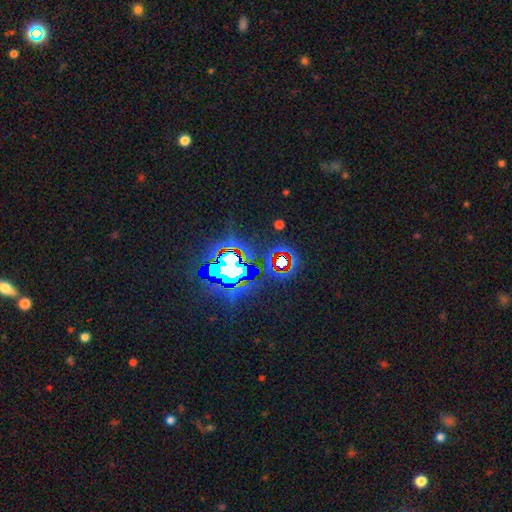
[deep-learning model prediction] Smooth or featured?
  - star or artifact: 85% *
  - smooth: 8%
  - featured or disk: 7%